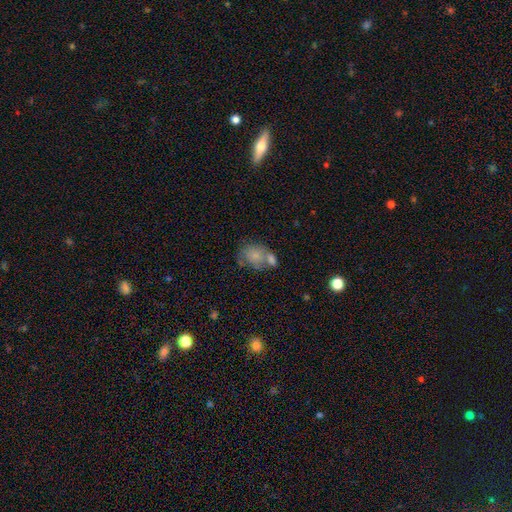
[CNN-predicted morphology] smooth-or-featured: smooth: 69% | featured or disk: 22% | star or artifact: 9%
  how-rounded: in between: 58% | round: 41% | cigar-shaped: 1%
  merging: merger: 43% | none: 30% | minor disturbance: 17% | major disturbance: 10%